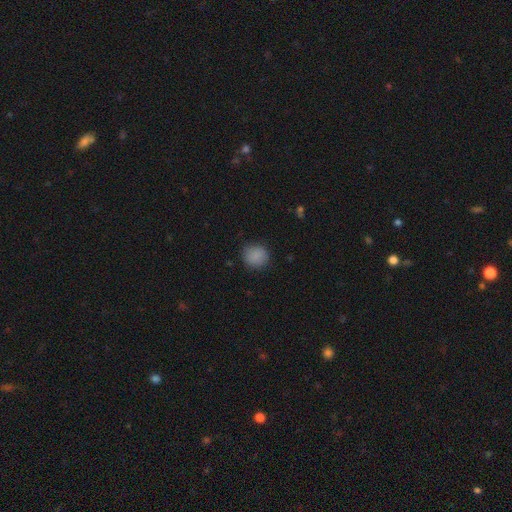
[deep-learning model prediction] This is clearly a smooth galaxy (87%). How rounded: clearly round (85%). Merging: clearly none (84%).